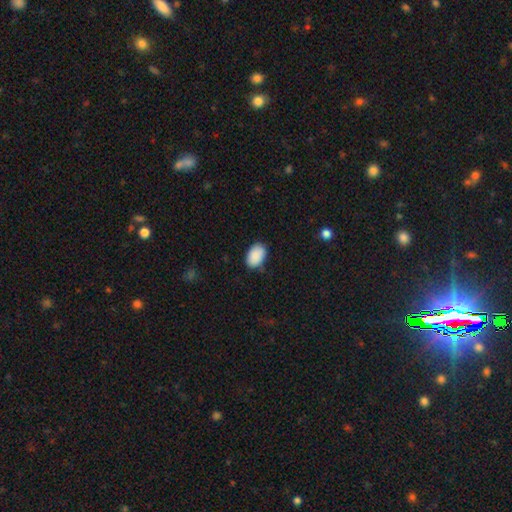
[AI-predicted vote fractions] This is clearly a smooth galaxy (90%). How rounded: clearly in between (88%). Merging: likely none (77%).